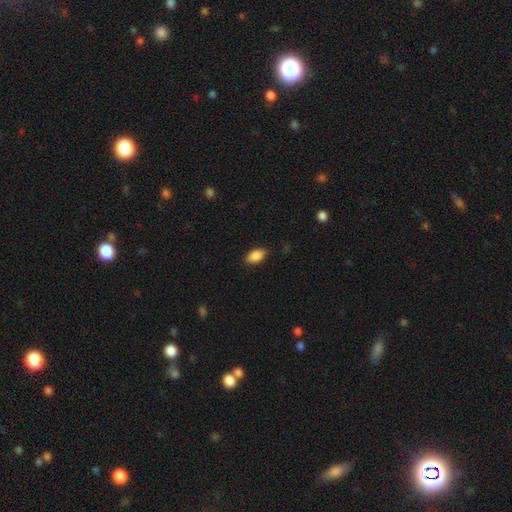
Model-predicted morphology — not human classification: smooth-or-featured: smooth: 89% | star or artifact: 7% | featured or disk: 4%
  how-rounded: in between: 92% | round: 5% | cigar-shaped: 2%
  merging: none: 86% | minor disturbance: 10% | major disturbance: 2% | merger: 1%